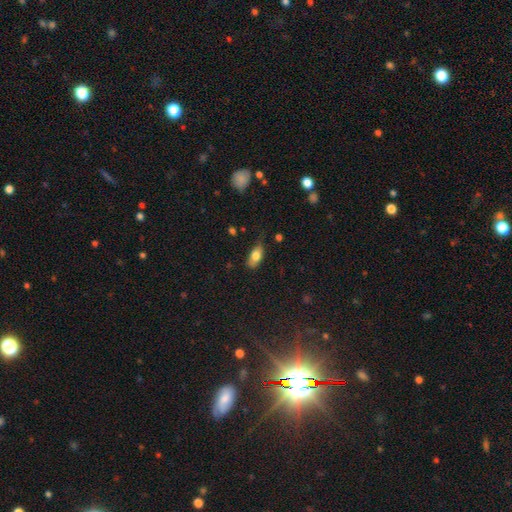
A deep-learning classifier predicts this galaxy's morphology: smooth_or_featured: smooth (p=0.77) [alt: featured or disk p=0.15]
how_rounded: in between (p=0.86) [alt: cigar-shaped p=0.09]
merging: none (p=0.56) [alt: minor disturbance p=0.33]